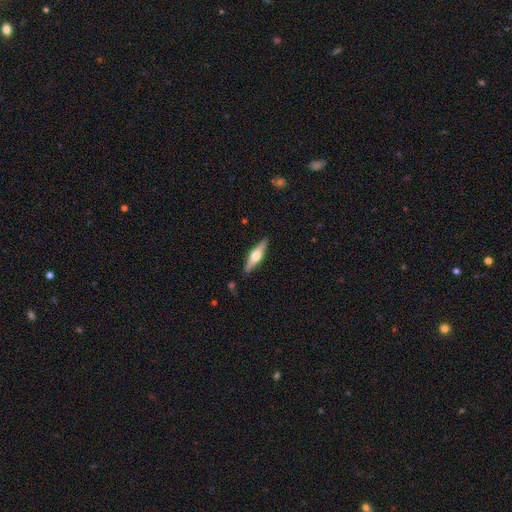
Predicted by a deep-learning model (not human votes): Q: Smooth or featured?
A: featured or disk (60%); runner-up: smooth (35%)
Q: Edge-on disk?
A: yes (95%); runner-up: no (5%)
Q: Edge-on bulge?
A: rounded (95%); runner-up: boxy (3%)
Q: Merging?
A: none (89%); runner-up: minor disturbance (8%)